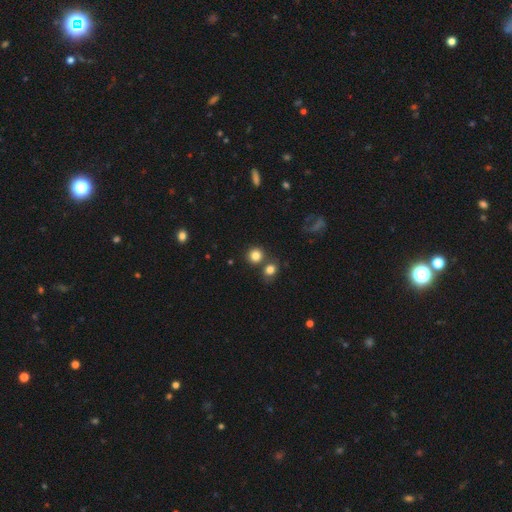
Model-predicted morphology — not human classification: This is clearly a smooth galaxy (81%). How rounded: clearly round (89%). Merging: likely none (69%).